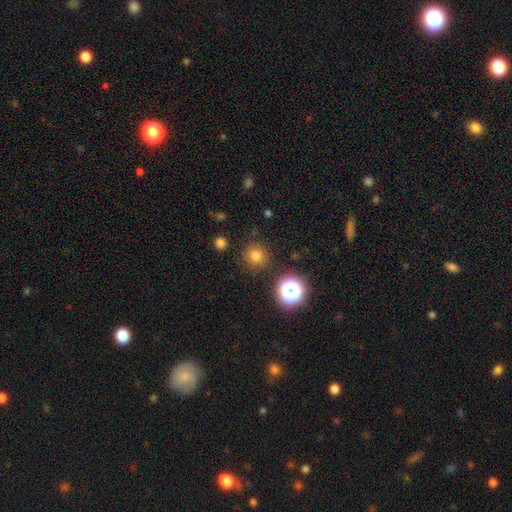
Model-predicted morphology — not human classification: Smooth or featured? smooth (77%)
How rounded? round (93%)
Merging? none (88%)